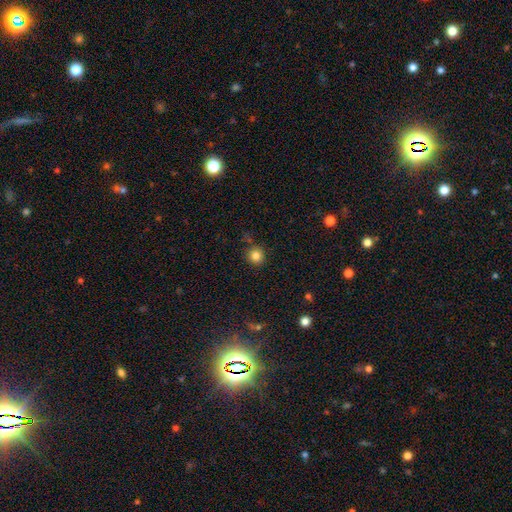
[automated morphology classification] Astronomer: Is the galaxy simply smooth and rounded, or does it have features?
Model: smooth — 83%.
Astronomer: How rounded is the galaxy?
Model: round — 92%.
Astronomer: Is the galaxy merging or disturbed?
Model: none — 82%.